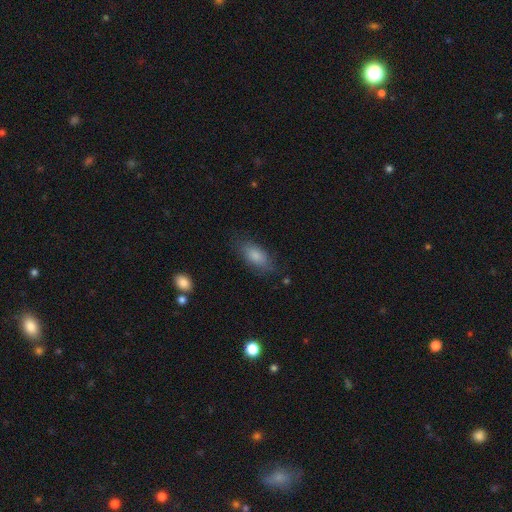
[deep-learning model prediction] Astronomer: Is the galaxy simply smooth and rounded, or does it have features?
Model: smooth — 83%.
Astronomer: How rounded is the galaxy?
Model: in between — 87%.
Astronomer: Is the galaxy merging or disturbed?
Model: none — 75%.